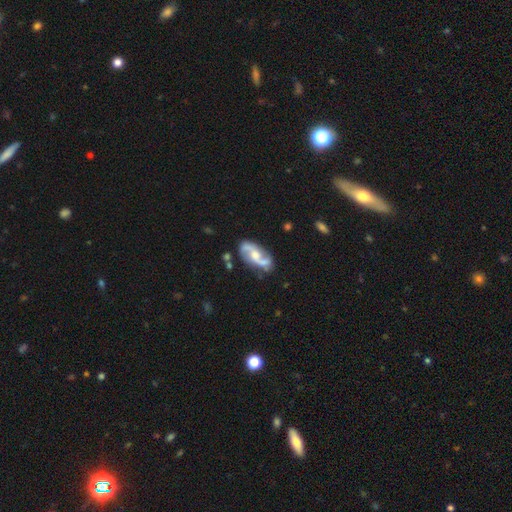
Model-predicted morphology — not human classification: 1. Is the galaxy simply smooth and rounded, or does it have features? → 85% featured or disk, 11% smooth, 5% star or artifact.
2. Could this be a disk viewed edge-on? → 96% no, 4% yes.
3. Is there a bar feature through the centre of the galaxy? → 47% no, 40% weak, 12% strong.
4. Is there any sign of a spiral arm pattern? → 95% yes, 5% no.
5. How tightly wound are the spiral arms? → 52% loose, 38% medium, 10% tight.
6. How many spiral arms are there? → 92% 2, 3% can't tell, 2% 1, 1% 3, 1% 4, 1% more than 4.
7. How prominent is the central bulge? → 56% moderate, 22% small, 13% large, 7% none, 2% dominant.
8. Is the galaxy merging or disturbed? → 72% none, 16% minor disturbance, 6% major disturbance, 5% merger.